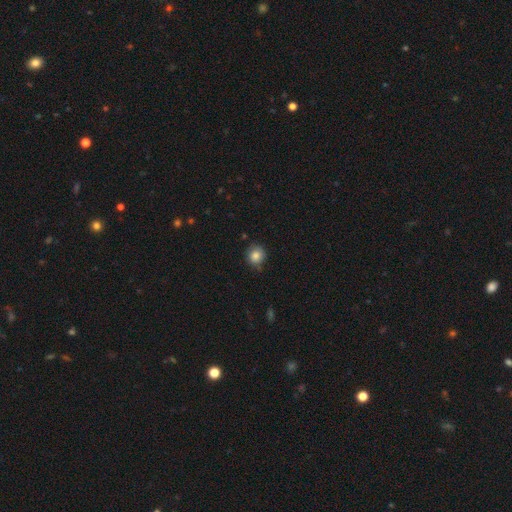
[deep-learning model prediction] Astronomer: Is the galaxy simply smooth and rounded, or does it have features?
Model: smooth — 83%.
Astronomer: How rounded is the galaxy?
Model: round — 90%.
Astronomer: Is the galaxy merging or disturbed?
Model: none — 80%.